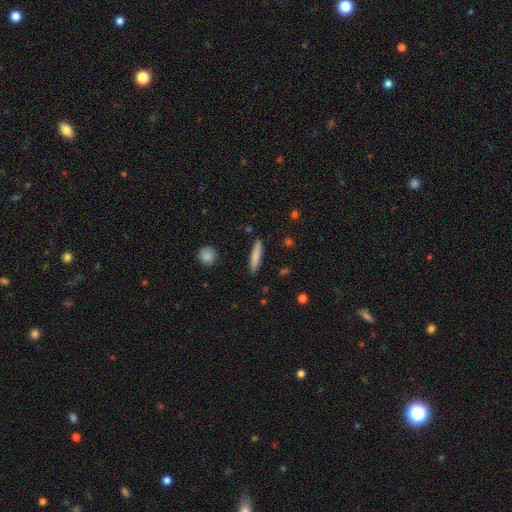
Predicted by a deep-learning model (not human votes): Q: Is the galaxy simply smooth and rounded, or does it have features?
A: smooth — 80%.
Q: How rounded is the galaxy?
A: cigar-shaped — 87%.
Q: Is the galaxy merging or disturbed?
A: none — 88%.